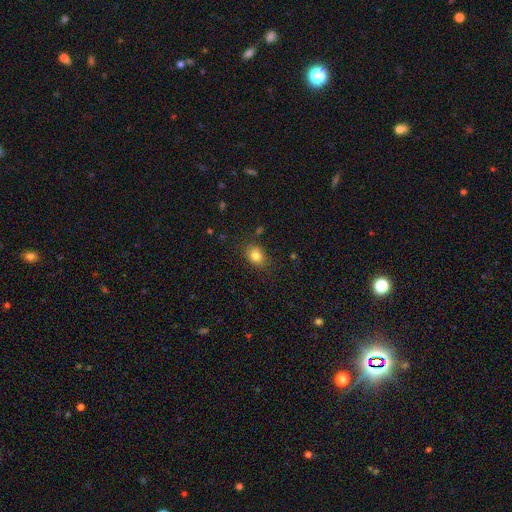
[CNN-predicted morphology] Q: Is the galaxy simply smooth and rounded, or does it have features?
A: smooth — 82%.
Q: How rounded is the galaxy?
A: in between — 56%.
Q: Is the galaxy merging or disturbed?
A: none — 83%.